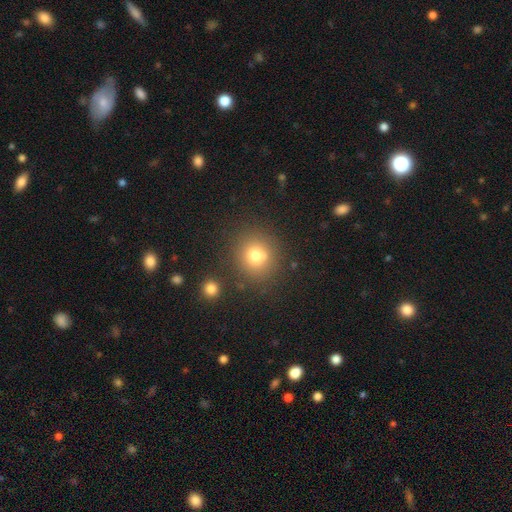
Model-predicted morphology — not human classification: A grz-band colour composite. It shows a smooth galaxy with no disk features (75%) that is round (85%). Merging: none (76%).